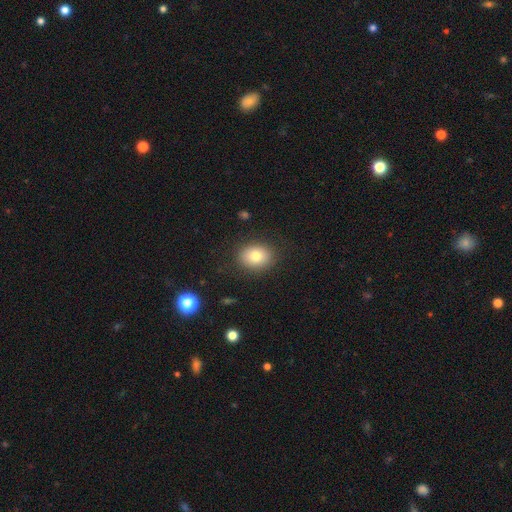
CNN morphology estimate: This appears to be a smooth galaxy with no disk features (78%) that is round (52%). Merging: none (87%).